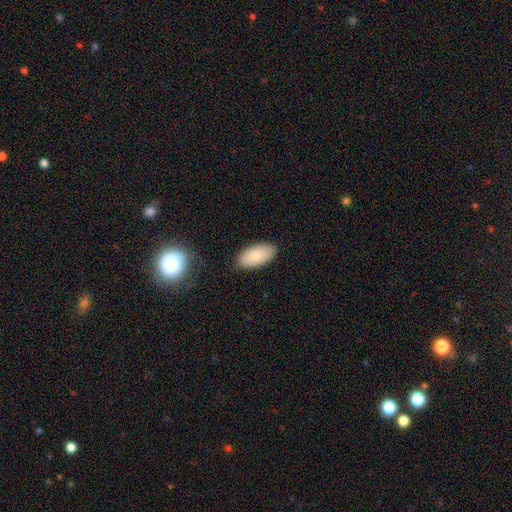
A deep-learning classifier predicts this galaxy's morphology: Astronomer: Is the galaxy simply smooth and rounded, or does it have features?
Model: smooth — 84%.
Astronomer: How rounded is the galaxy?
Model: in between — 95%.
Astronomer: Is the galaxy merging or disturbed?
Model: none — 87%.